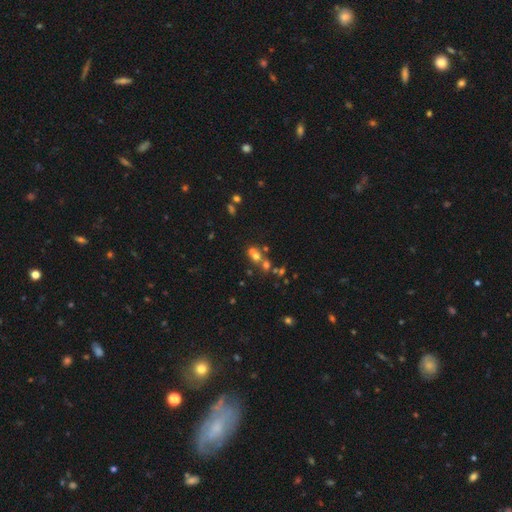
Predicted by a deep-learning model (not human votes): smooth_or_featured: smooth (p=0.56) [alt: star or artifact p=0.22]
how_rounded: round (p=0.68) [alt: in between p=0.31]
merging: merger (p=0.52) [alt: none p=0.35]